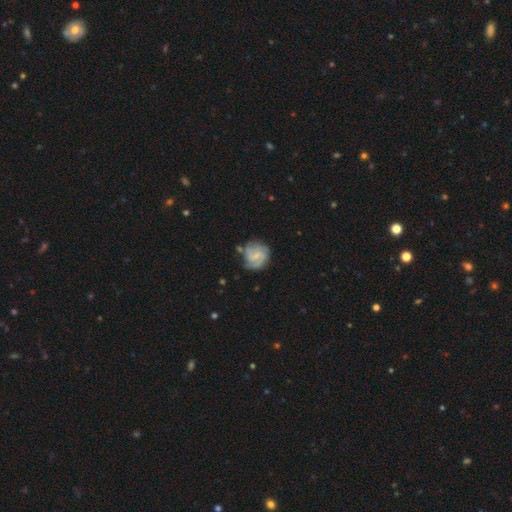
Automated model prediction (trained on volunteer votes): Q: Smooth or featured?
A: featured or disk (72%); runner-up: smooth (21%)
Q: Edge-on disk?
A: no (98%); runner-up: yes (2%)
Q: Bar?
A: weak (50%); runner-up: no (38%)
Q: Spiral arms?
A: yes (91%); runner-up: no (9%)
Q: Spiral winding?
A: medium (43%); runner-up: tight (42%)
Q: Spiral arm count?
A: 2 (47%); runner-up: 3 (20%)
Q: Bulge size?
A: small (48%); runner-up: none (32%)
Q: Merging?
A: none (60%); runner-up: minor disturbance (23%)